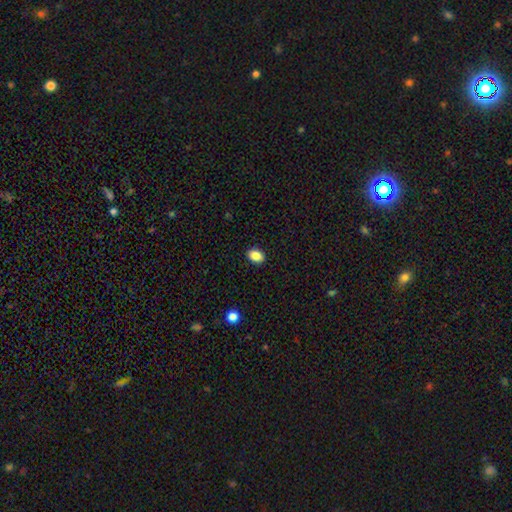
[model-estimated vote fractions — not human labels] A smooth galaxy with no disk features (87%) that is in between round and cigar-shaped (73%). Merging: none (90%).